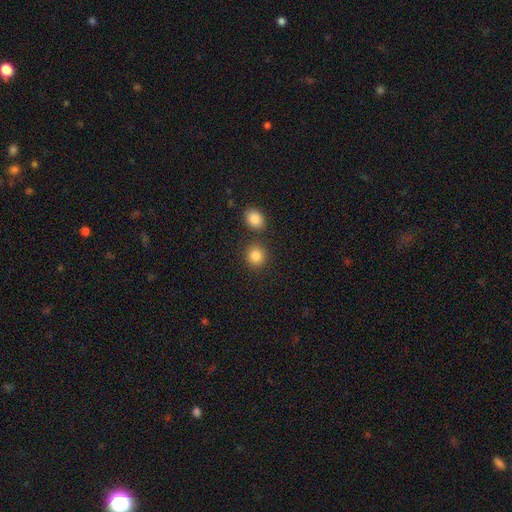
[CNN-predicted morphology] Smooth or featured?
  - smooth: 84% *
  - star or artifact: 11%
  - featured or disk: 5%
How rounded?
  - round: 84% *
  - in between: 15%
  - cigar-shaped: 1%
Merging?
  - none: 81% *
  - merger: 9%
  - minor disturbance: 7%
  - major disturbance: 3%